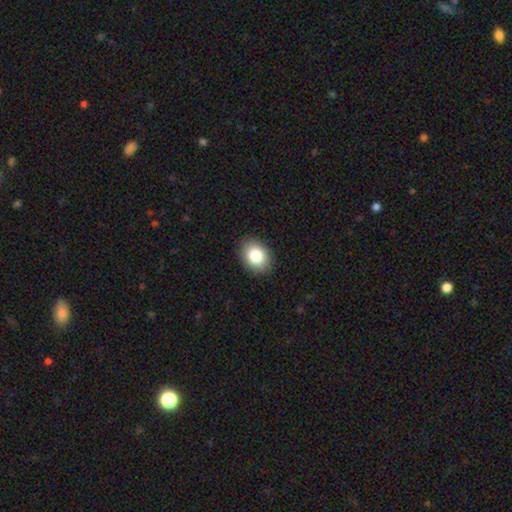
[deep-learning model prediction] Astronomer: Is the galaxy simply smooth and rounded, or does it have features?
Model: smooth — 84%.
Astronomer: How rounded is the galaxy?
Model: in between — 66%.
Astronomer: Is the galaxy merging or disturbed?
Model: none — 89%.